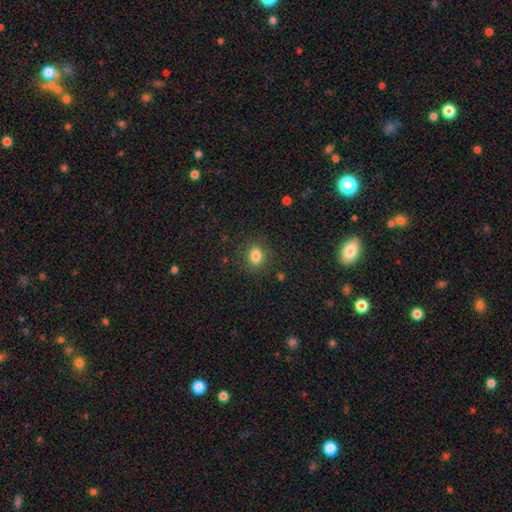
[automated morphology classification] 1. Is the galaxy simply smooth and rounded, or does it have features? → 83% smooth, 11% star or artifact, 6% featured or disk.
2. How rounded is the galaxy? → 50% round, 48% in between, 1% cigar-shaped.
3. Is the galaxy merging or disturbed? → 86% none, 9% minor disturbance, 3% major disturbance, 1% merger.